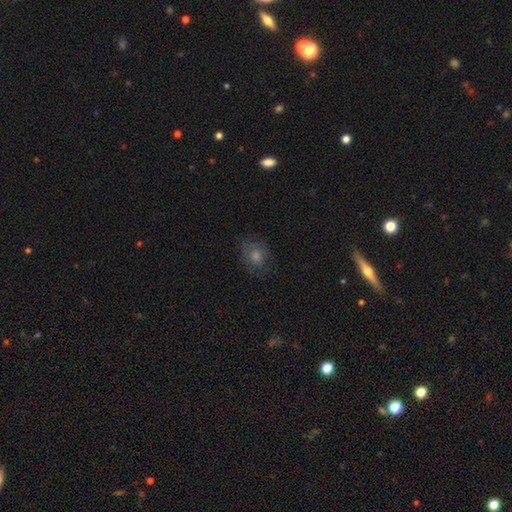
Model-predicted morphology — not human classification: A smooth galaxy with no disk features (59%) that is round (66%).

Vote fractions:
- Smooth or featured? smooth: 59% / star or artifact: 21% / featured or disk: 20%
- How rounded? round: 66% / in between: 32% / cigar-shaped: 1%
- Merging? none: 74% / minor disturbance: 17% / major disturbance: 7% / merger: 1%